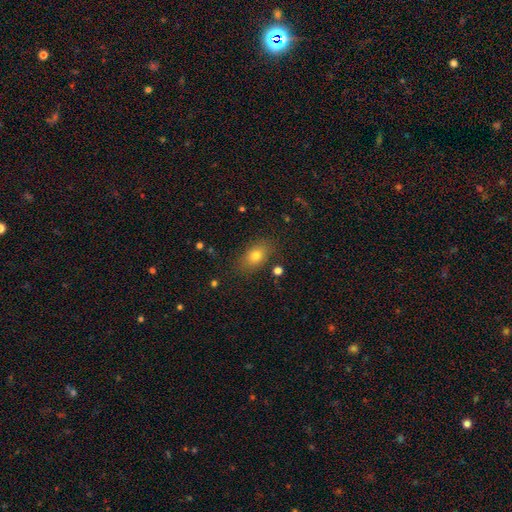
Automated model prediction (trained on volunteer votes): This is likely a smooth galaxy (76%). How rounded: clearly in between (82%). Merging: clearly none (82%).